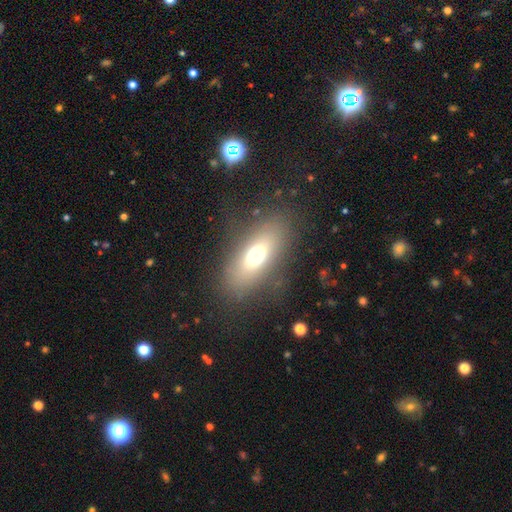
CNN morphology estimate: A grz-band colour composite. It shows a smooth galaxy with no disk features (66%) that is in between round and cigar-shaped (76%). Merging: none (78%).